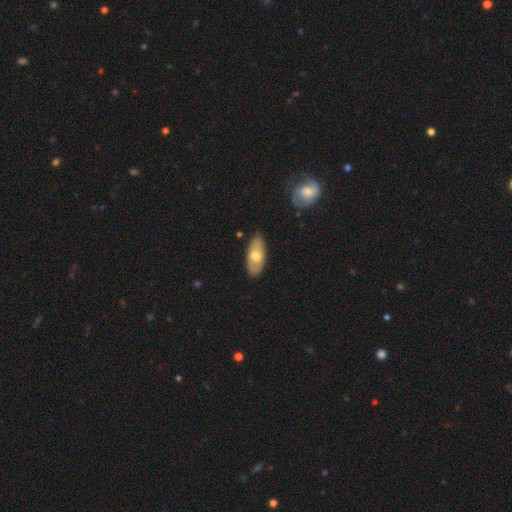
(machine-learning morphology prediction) Smooth or featured? Predicted: smooth (p=0.63). How rounded? Predicted: in between (p=0.90). Merging? Predicted: none (p=0.84).